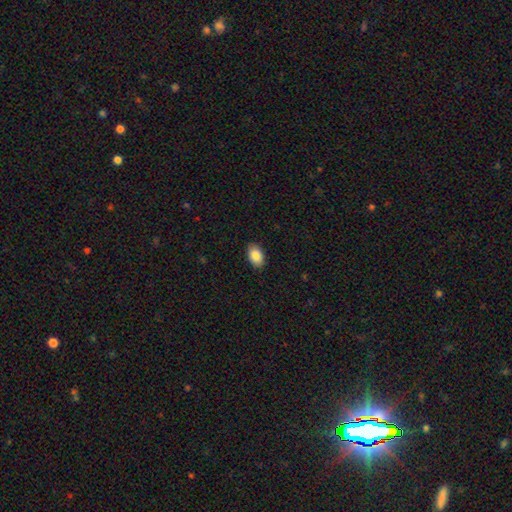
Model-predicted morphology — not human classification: A smooth galaxy with no disk features (88%) that is in between round and cigar-shaped (91%).

Vote fractions:
- Smooth or featured? smooth: 88% / star or artifact: 7% / featured or disk: 5%
- How rounded? in between: 91% / round: 8% / cigar-shaped: 1%
- Merging? none: 89% / minor disturbance: 9% / major disturbance: 2% / merger: 1%